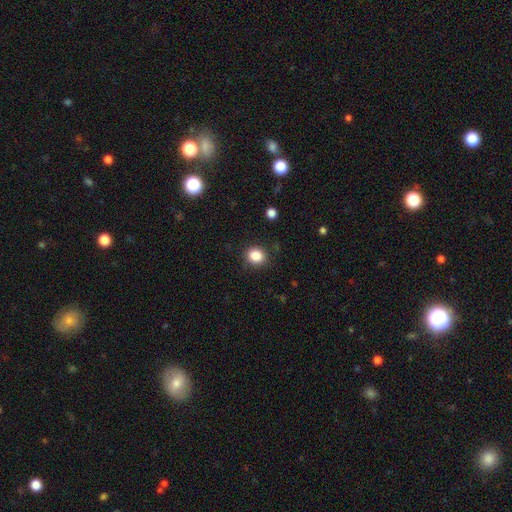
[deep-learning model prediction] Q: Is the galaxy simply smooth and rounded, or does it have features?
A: smooth — 85%.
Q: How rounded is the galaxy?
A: round — 77%.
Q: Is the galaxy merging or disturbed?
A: none — 87%.